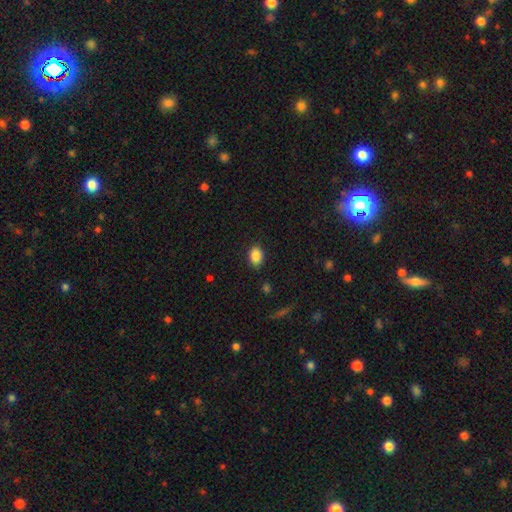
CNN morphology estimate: type=smooth (86%); roundness=in between (76%); merging=none (86%).